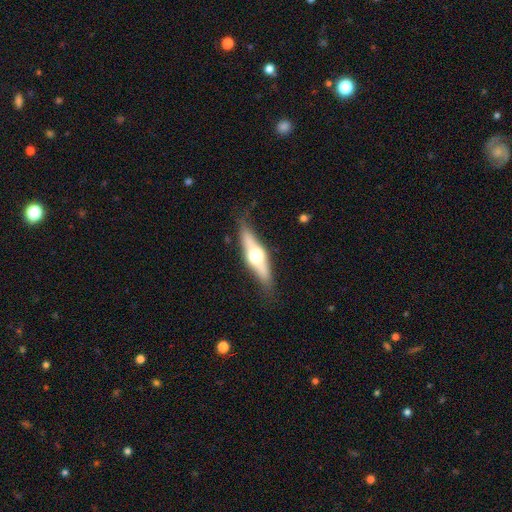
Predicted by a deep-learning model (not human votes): smooth_or_featured: featured or disk (p=0.61) [alt: smooth p=0.34]
disk_edge_on: yes (p=0.90) [alt: no p=0.10]
edge_on_bulge: rounded (p=0.92) [alt: boxy p=0.06]
merging: none (p=0.80) [alt: minor disturbance p=0.15]